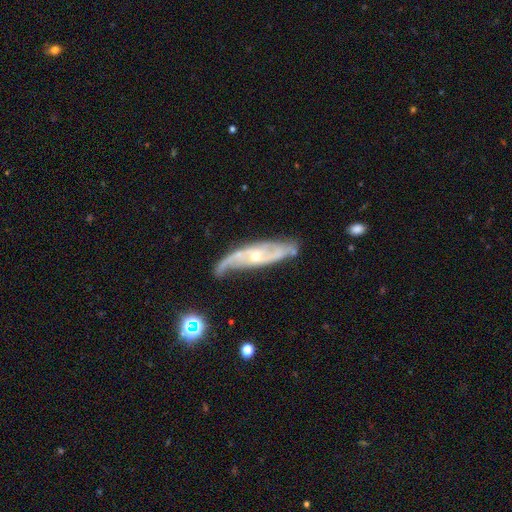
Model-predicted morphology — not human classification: type=featured or disk (83%); edge-on=no (76%); bar=no (62%); spiral arms=yes (92%); winding=medium (42%); arm count=2 (66%); bulge=small (55%); merging=none (62%).